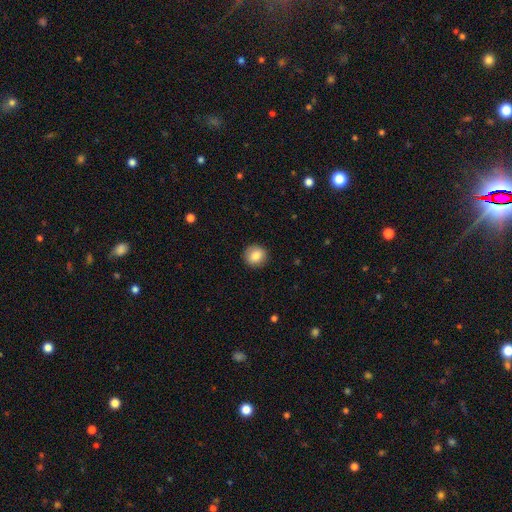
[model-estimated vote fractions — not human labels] This is clearly a smooth galaxy (84%). How rounded: clearly round (90%). Merging: clearly none (90%).